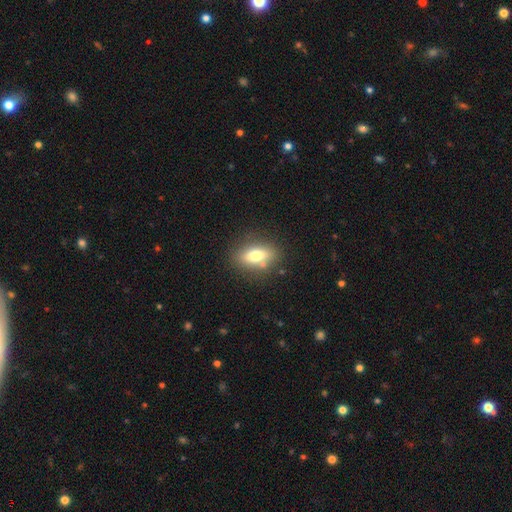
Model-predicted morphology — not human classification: smooth_or_featured: smooth (p=0.70) [alt: featured or disk p=0.21]
how_rounded: in between (p=0.78) [alt: cigar-shaped p=0.11]
merging: none (p=0.80) [alt: minor disturbance p=0.12]